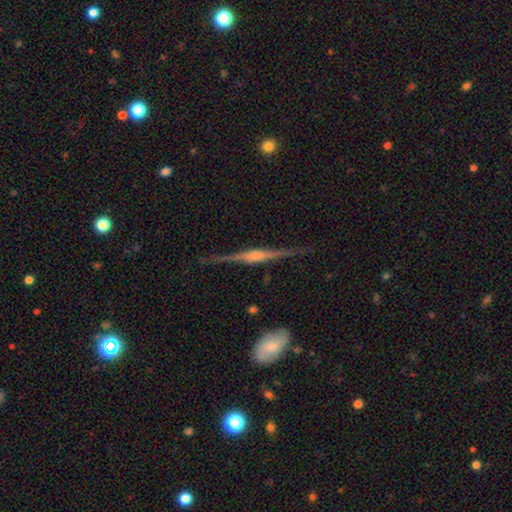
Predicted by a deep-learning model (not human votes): Smooth or featured? featured or disk (85%)
Edge-on disk? yes (98%)
Edge-on bulge? rounded (76%)
Merging? none (87%)